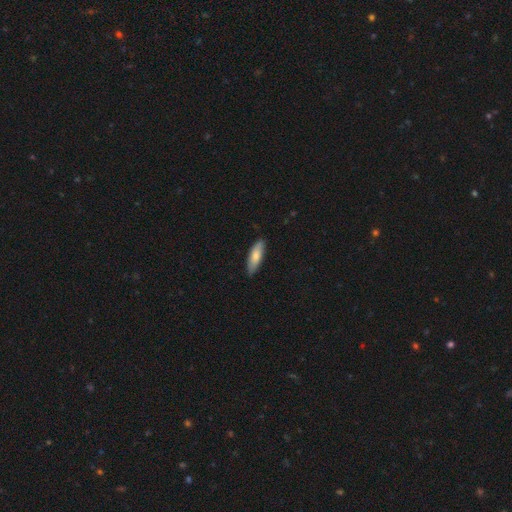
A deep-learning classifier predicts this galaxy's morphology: smooth 76%, featured or disk 19%, star or artifact 6%. Down the decision tree: how rounded — in between (52%); merging — none (83%).